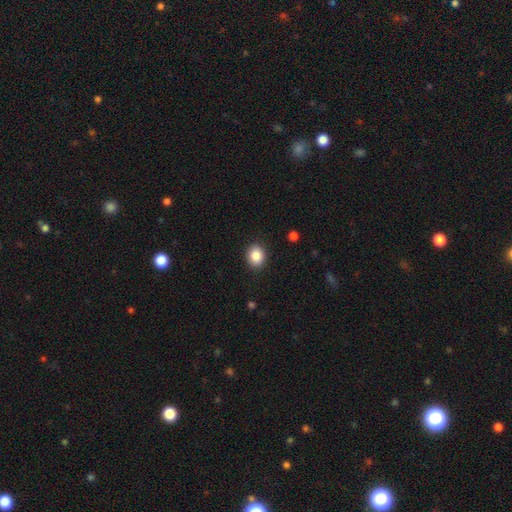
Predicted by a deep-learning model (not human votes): This is clearly a smooth galaxy (87%). How rounded: possibly round (57%). Merging: clearly none (90%).